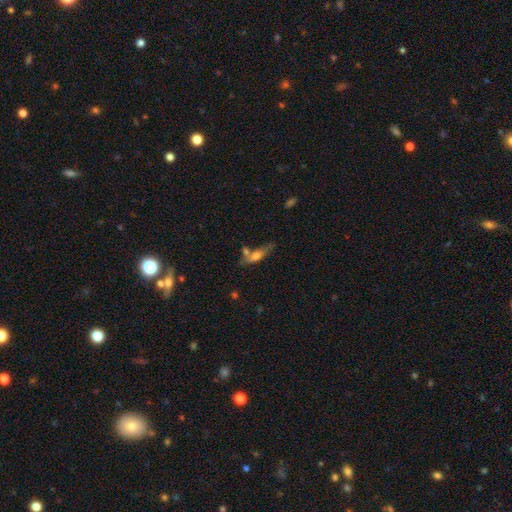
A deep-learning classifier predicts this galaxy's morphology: Overall: featured or disk (43%; smooth 36%). Merging: none (55%; merger 21%).